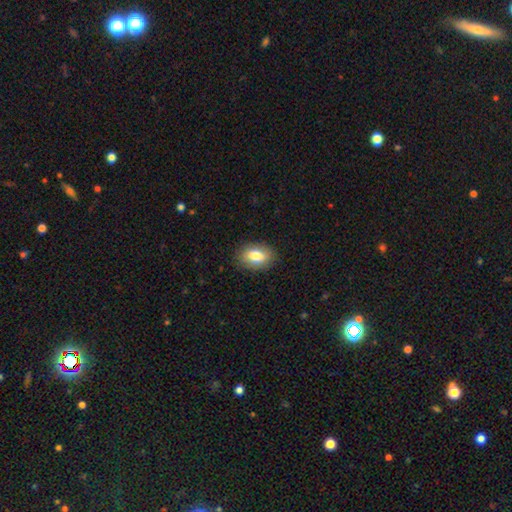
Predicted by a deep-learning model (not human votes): This appears to be a smooth galaxy with no disk features (80%) that is in between round and cigar-shaped (85%). Merging: none (86%).